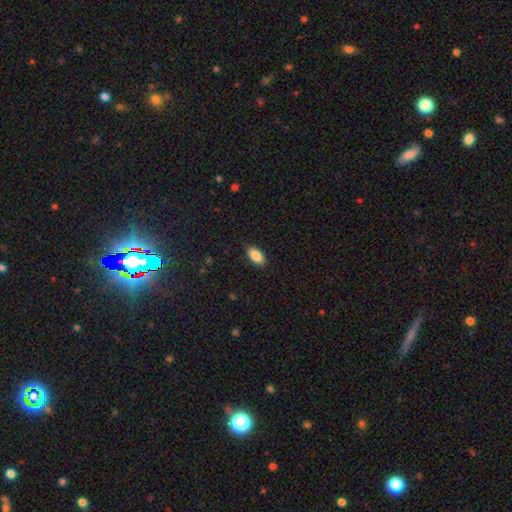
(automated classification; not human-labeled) smooth-or-featured: smooth: 86% | featured or disk: 7% | star or artifact: 7%
  how-rounded: in between: 90% | cigar-shaped: 7% | round: 3%
  merging: none: 86% | minor disturbance: 11% | major disturbance: 2% | merger: 1%